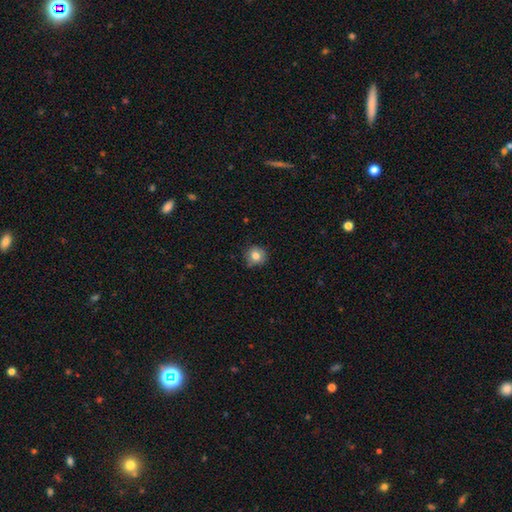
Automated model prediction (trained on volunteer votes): smooth_or_featured: smooth (p=0.80) [alt: star or artifact p=0.10]
how_rounded: round (p=0.89) [alt: in between p=0.10]
merging: none (p=0.82) [alt: minor disturbance p=0.14]